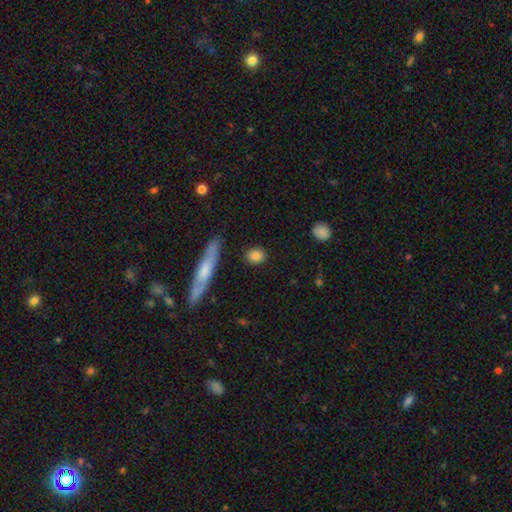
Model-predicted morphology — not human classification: Smooth or featured?
  - smooth: 84% *
  - featured or disk: 8%
  - star or artifact: 7%
How rounded?
  - round: 52% *
  - in between: 41%
  - cigar-shaped: 8%
Merging?
  - none: 86% *
  - minor disturbance: 9%
  - major disturbance: 3%
  - merger: 2%